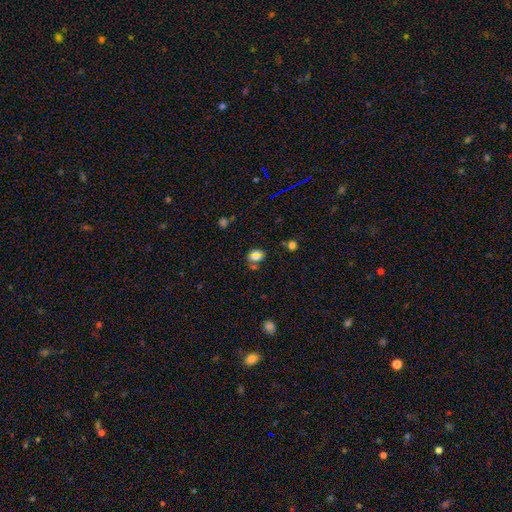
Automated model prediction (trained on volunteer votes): Q: Smooth or featured?
A: smooth (72%); runner-up: star or artifact (14%)
Q: How rounded?
A: in between (56%); runner-up: round (43%)
Q: Merging?
A: none (60%); runner-up: merger (17%)